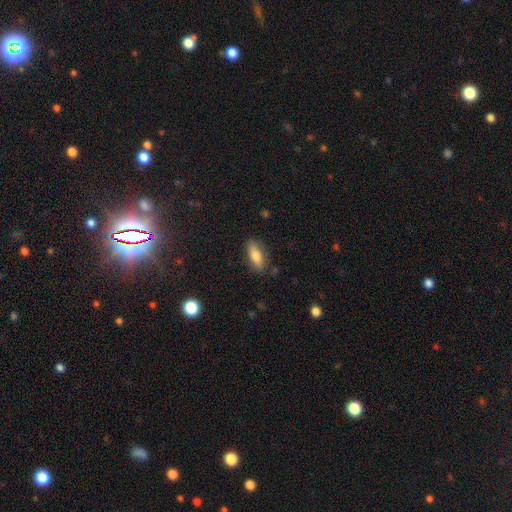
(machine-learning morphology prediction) smooth 74%, featured or disk 19%, star or artifact 7%. Down the decision tree: how rounded — in between (70%); merging — none (82%).